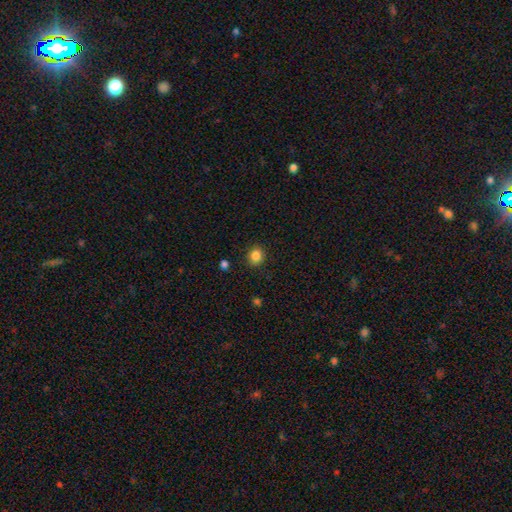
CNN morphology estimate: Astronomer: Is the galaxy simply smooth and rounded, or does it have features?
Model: smooth — 86%.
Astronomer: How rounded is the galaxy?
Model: round — 79%.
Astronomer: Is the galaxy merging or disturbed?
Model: none — 89%.